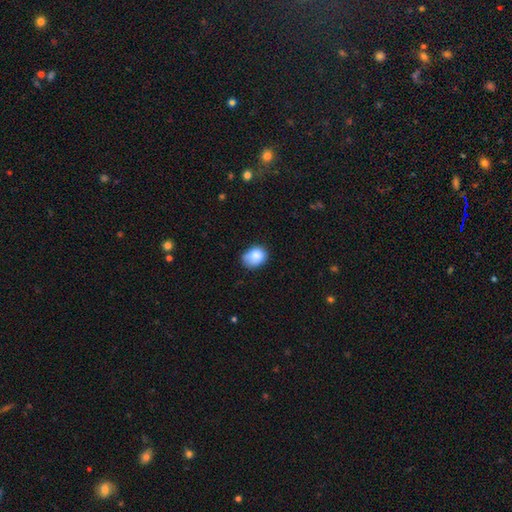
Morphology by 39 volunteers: Q: Smooth or featured?
A: smooth (85%); runner-up: star or artifact (10%)
Q: How rounded?
A: round (58%); runner-up: in between (42%)
Q: Merging?
A: none (51%); runner-up: minor disturbance (37%)